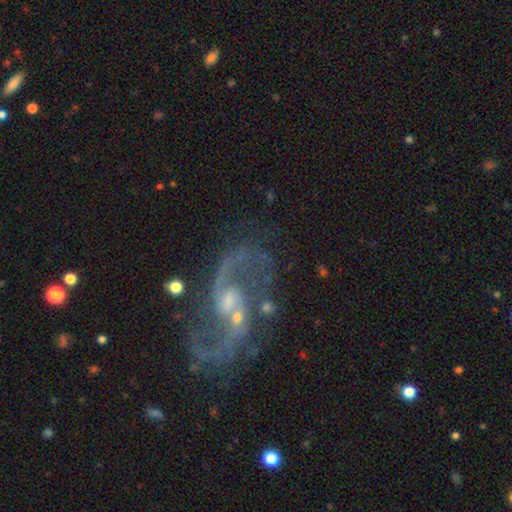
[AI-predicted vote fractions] Smooth or featured? Predicted: featured or disk (p=0.90). Edge-on disk? Predicted: no (p=0.98). Bar? Predicted: weak (p=0.51). Spiral arms? Predicted: yes (p=0.97). Spiral winding? Predicted: loose (p=0.57). Spiral arm count? Predicted: 2 (p=0.93). Bulge size? Predicted: small (p=0.58). Merging? Predicted: none (p=0.64).